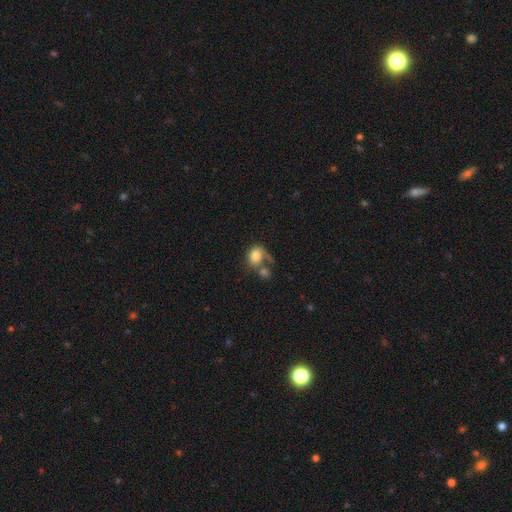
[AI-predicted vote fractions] smooth-or-featured: smooth: 75% | featured or disk: 17% | star or artifact: 9%
  how-rounded: round: 54% | in between: 44% | cigar-shaped: 1%
  merging: merger: 41% | none: 26% | major disturbance: 19% | minor disturbance: 14%